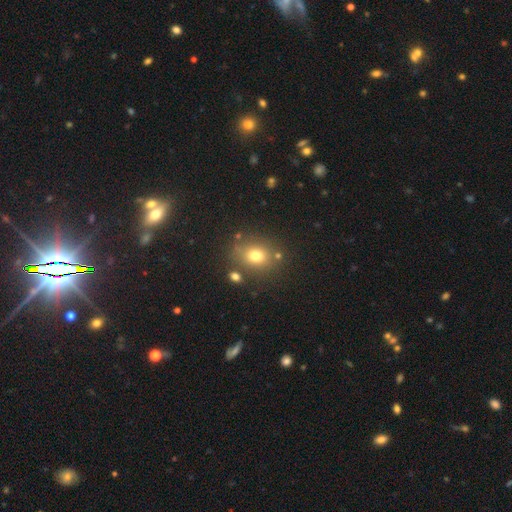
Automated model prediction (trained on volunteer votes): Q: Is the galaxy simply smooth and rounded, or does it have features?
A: smooth — 74%.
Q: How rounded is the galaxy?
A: round — 60%.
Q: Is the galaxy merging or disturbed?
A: none — 77%.